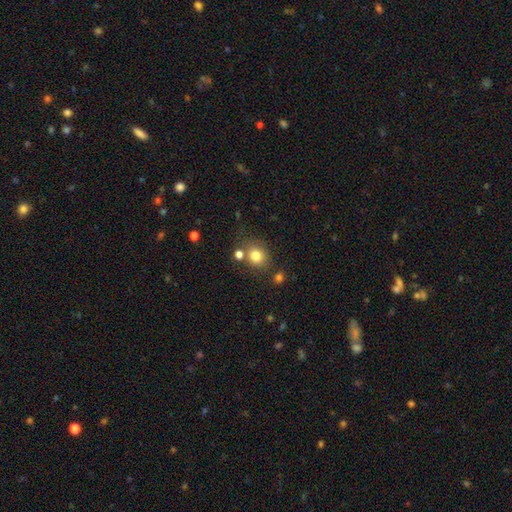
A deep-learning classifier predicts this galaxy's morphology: Q: Smooth or featured?
A: smooth (81%); runner-up: star or artifact (12%)
Q: How rounded?
A: round (75%); runner-up: in between (24%)
Q: Merging?
A: none (68%); runner-up: merger (14%)